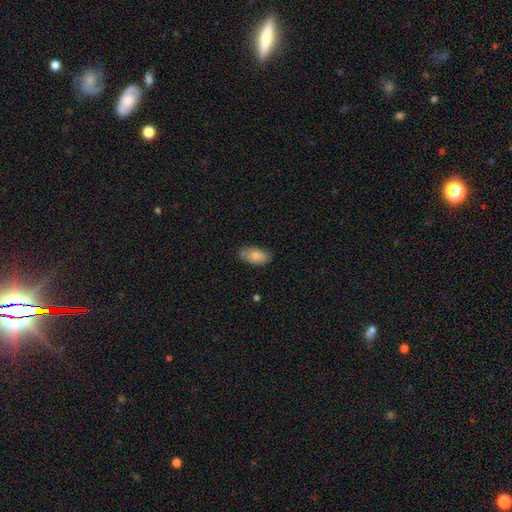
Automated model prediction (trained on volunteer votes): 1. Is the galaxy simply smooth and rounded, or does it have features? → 82% smooth, 12% featured or disk, 6% star or artifact.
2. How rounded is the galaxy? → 94% in between, 4% round, 3% cigar-shaped.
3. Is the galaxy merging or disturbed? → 78% none, 17% minor disturbance, 3% major disturbance, 1% merger.